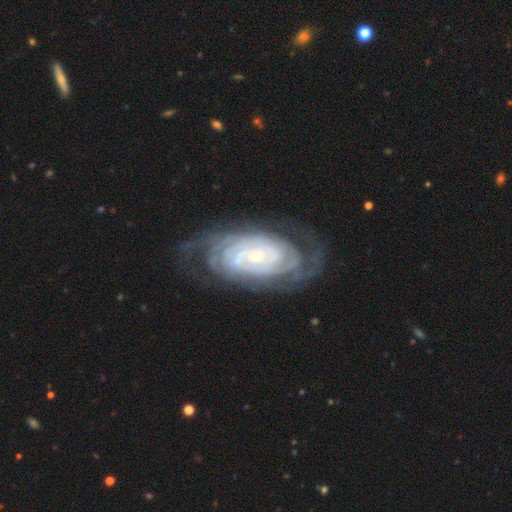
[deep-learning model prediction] This is clearly a featured or disk galaxy (90%). It is clearly not viewed edge-on (95%). Bar: likely no (61%). Spiral arm pattern: clearly yes (98%). Spiral arm count: marginally can't tell (30%). Spiral winding: clearly tight (83%). Central bulge: likely small (75%). Merging: likely none (73%).